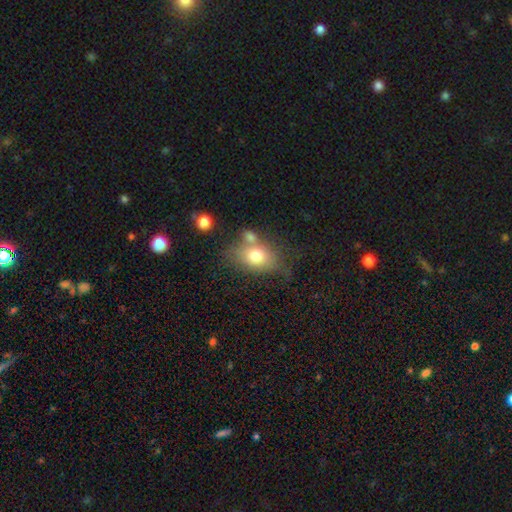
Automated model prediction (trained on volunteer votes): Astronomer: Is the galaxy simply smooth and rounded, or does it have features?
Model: smooth — 72%.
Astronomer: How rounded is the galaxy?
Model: in between — 71%.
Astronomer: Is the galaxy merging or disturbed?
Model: none — 45% (runner-up: merger, 25%).